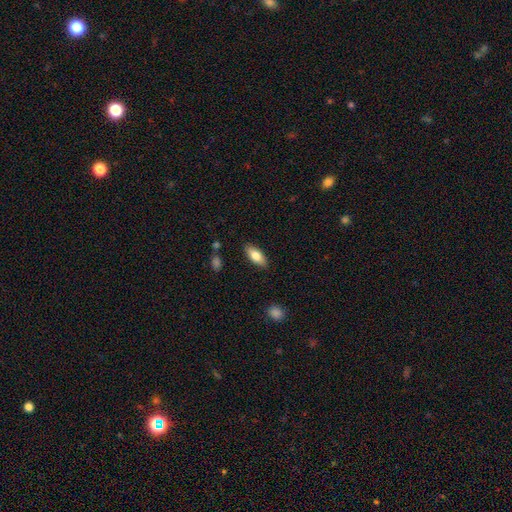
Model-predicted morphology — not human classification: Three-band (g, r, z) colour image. It shows a smooth galaxy with no disk features (77%) that is in between round and cigar-shaped (80%). Merging: none (87%).